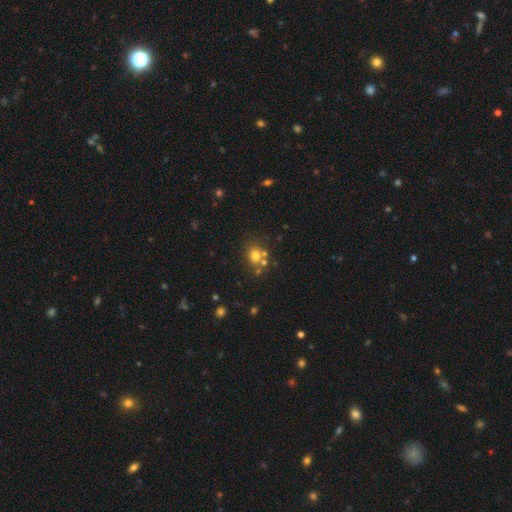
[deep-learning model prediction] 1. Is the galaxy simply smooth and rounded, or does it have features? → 70% smooth, 18% star or artifact, 12% featured or disk.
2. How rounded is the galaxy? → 74% round, 25% in between, 1% cigar-shaped.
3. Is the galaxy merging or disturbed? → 60% none, 25% merger, 10% minor disturbance, 5% major disturbance.